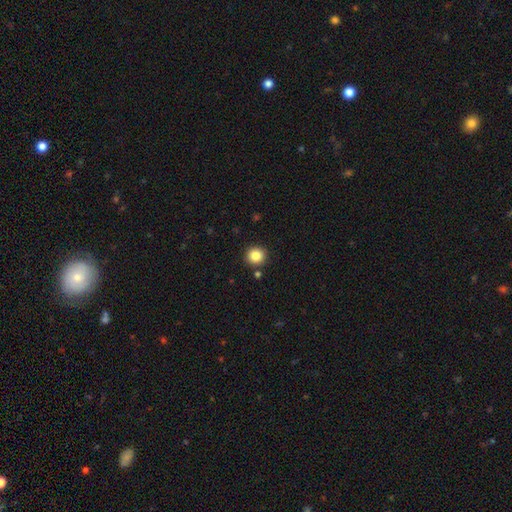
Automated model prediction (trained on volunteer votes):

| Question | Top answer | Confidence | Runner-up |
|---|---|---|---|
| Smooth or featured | smooth | 85% | star or artifact (10%) |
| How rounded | round | 94% | in between (5%) |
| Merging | none | 89% | minor disturbance (6%) |